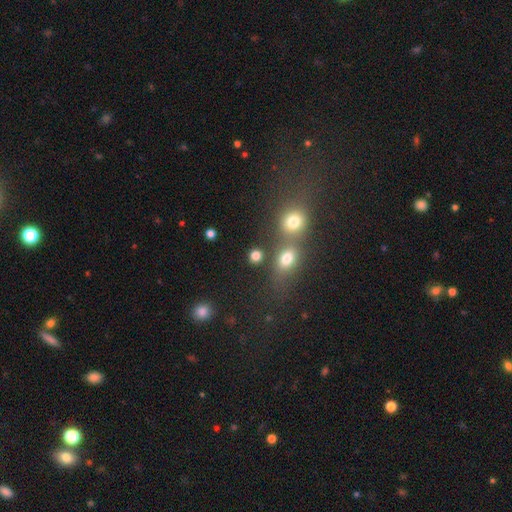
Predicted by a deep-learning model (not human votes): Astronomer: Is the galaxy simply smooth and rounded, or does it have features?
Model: smooth — 80%.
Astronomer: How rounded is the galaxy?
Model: round — 77%.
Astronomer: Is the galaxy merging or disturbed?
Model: none — 67%.